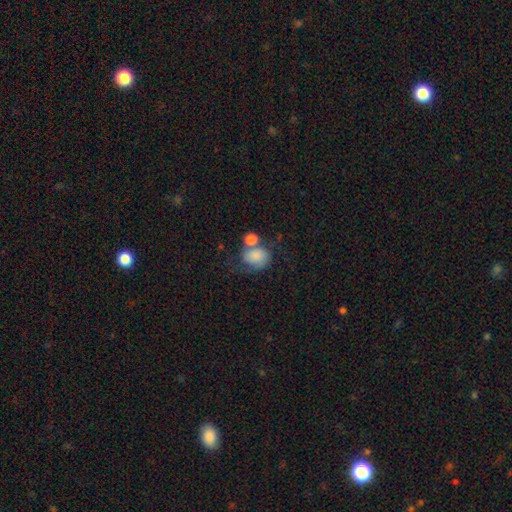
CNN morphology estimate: Smooth or featured?
  - smooth: 68% *
  - featured or disk: 23%
  - star or artifact: 9%
How rounded?
  - round: 55% *
  - in between: 44%
  - cigar-shaped: 1%
Merging?
  - merger: 34% *
  - none: 30%
  - minor disturbance: 19%
  - major disturbance: 17%